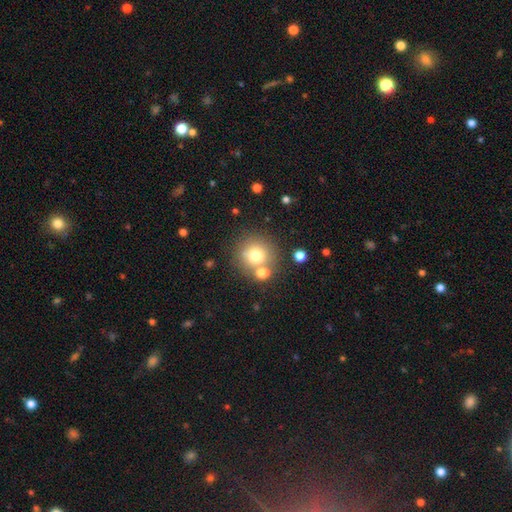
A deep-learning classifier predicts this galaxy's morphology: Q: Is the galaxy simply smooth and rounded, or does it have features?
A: smooth — 73%.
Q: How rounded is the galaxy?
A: round — 93%.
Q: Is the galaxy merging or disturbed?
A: none — 69%.